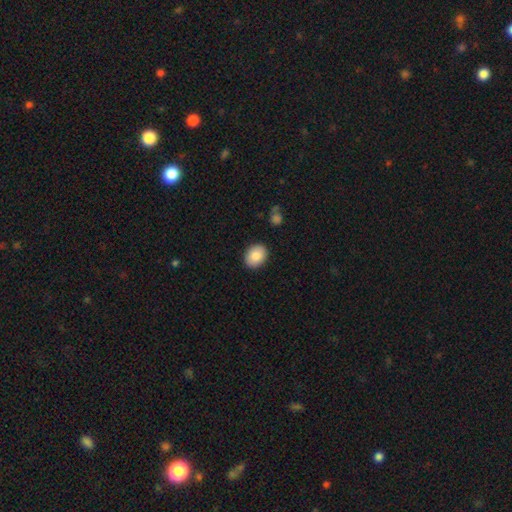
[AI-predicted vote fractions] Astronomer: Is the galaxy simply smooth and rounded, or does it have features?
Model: smooth — 85%.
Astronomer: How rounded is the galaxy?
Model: in between — 59% (runner-up: round, 40%).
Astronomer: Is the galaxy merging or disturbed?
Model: none — 89%.